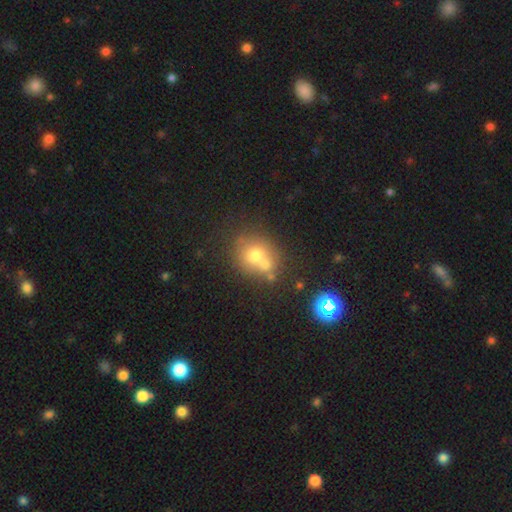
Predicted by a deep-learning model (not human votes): This is likely a smooth galaxy (65%). How rounded: likely round (78%). Merging: marginally none (43%).